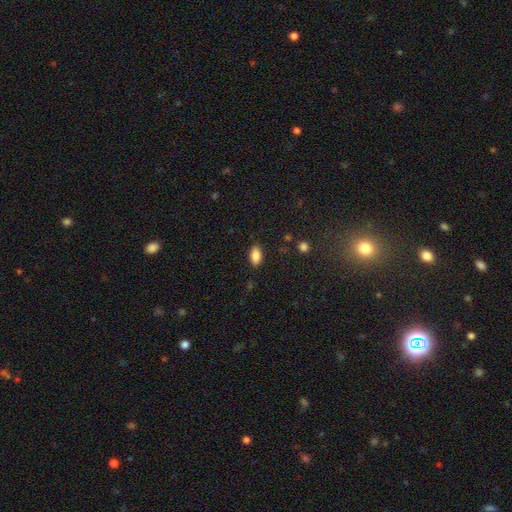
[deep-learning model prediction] The model was most divided on "merging": none: 86%, minor disturbance: 11%, major disturbance: 2%, merger: 1%. More confident: how rounded — in between (91%); smooth or featured — smooth (87%).